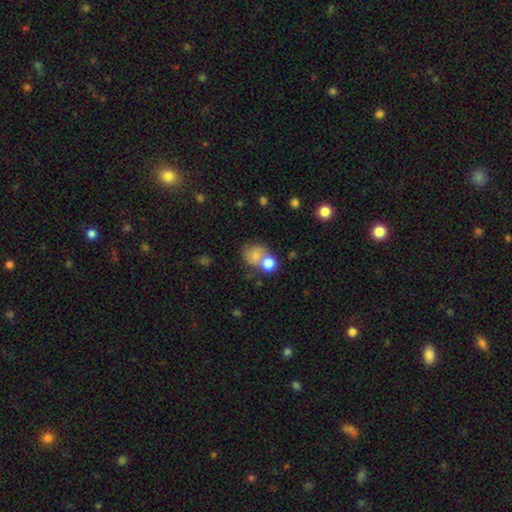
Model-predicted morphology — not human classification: smooth 72%, featured or disk 18%, star or artifact 10%. Down the decision tree: how rounded — round (67%); merging — merger (49%).